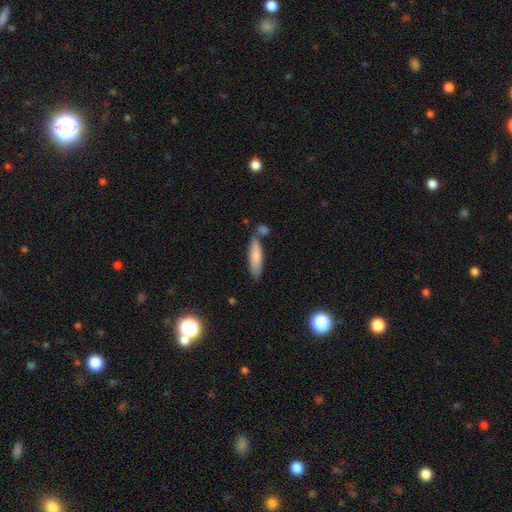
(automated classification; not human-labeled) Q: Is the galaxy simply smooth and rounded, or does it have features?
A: smooth — 81%.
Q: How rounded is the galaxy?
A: cigar-shaped — 64%.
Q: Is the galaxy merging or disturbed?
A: none — 66%.